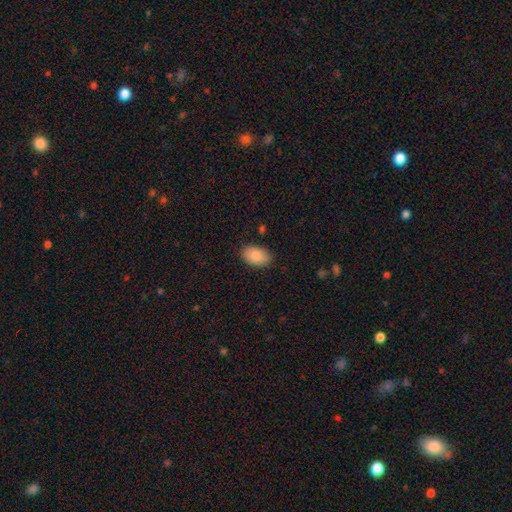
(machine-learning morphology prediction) Smooth or featured: smooth — 89% (star or artifact — 6%)
How rounded: in between — 91% (round — 8%)
Merging: none — 86% (minor disturbance — 10%)